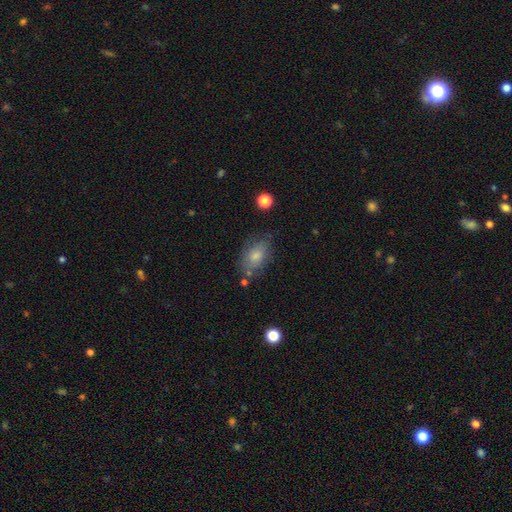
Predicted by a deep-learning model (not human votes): Q: Smooth or featured?
A: smooth (71%); runner-up: featured or disk (20%)
Q: How rounded?
A: in between (87%); runner-up: round (10%)
Q: Merging?
A: none (65%); runner-up: minor disturbance (22%)